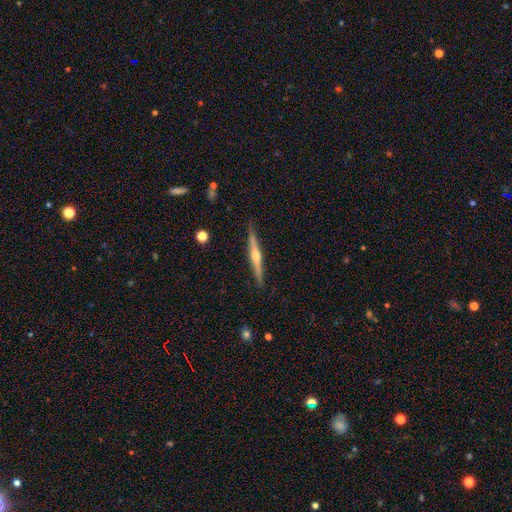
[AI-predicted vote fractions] The model was most divided on "smooth or featured": featured or disk: 78%, smooth: 17%, star or artifact: 5%. More confident: edge-on disk — yes (98%); merging — none (91%); edge-on bulge — rounded (88%).